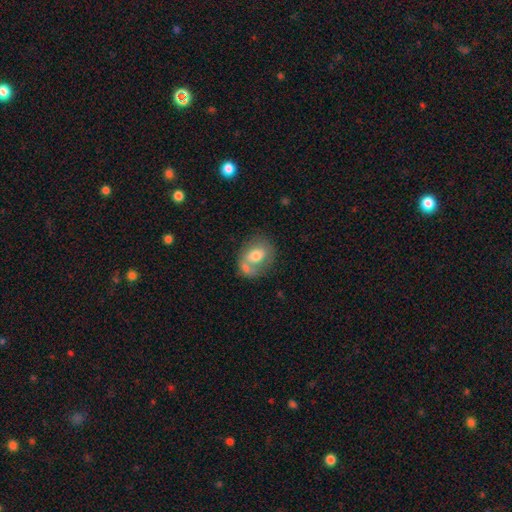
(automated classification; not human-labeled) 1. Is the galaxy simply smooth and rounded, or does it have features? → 61% smooth, 32% featured or disk, 8% star or artifact.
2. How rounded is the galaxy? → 52% in between, 46% round, 1% cigar-shaped.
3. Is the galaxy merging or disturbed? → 38% none, 34% merger, 18% minor disturbance, 10% major disturbance.